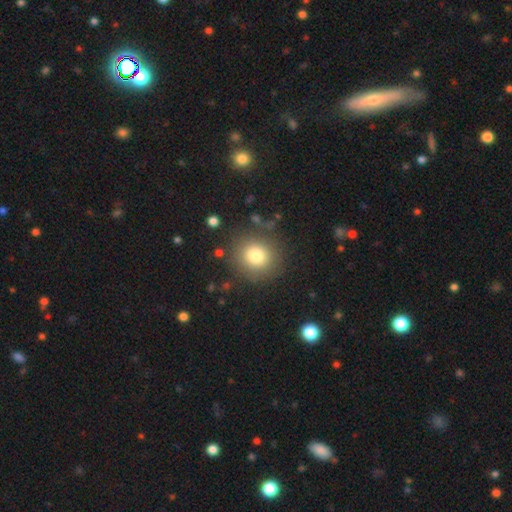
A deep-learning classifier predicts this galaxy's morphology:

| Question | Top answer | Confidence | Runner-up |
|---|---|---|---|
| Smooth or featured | smooth | 79% | star or artifact (12%) |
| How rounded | round | 89% | in between (10%) |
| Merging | none | 85% | minor disturbance (9%) |